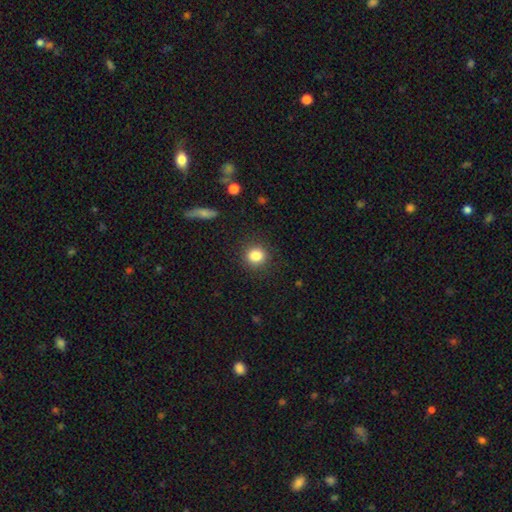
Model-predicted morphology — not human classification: smooth 85%, star or artifact 10%, featured or disk 5%. Down the decision tree: how rounded — round (87%); merging — none (89%).